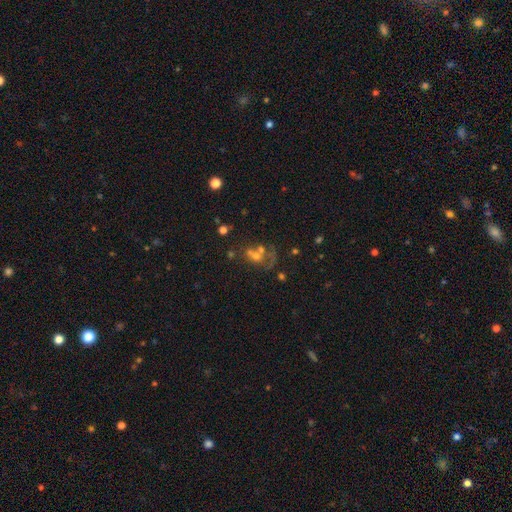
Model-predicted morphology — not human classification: smooth-or-featured: featured or disk: 39% | smooth: 36% | star or artifact: 25%
  merging: merger: 46% | none: 24% | major disturbance: 20% | minor disturbance: 10%